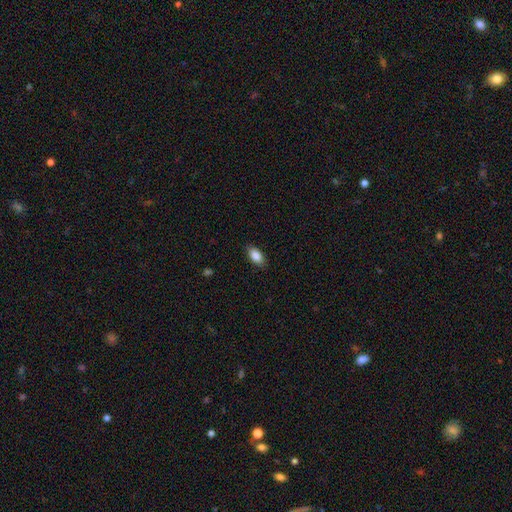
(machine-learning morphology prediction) Smooth or featured?
  - smooth: 87% *
  - star or artifact: 7%
  - featured or disk: 6%
How rounded?
  - in between: 91% *
  - cigar-shaped: 5%
  - round: 4%
Merging?
  - none: 86% *
  - minor disturbance: 11%
  - major disturbance: 2%
  - merger: 1%